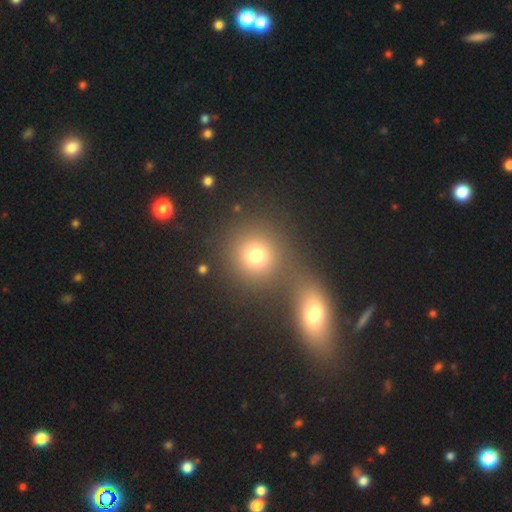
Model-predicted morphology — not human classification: smooth-or-featured: smooth: 74% | star or artifact: 16% | featured or disk: 10%
  how-rounded: round: 88% | in between: 11% | cigar-shaped: 1%
  merging: none: 56% | merger: 33% | minor disturbance: 7% | major disturbance: 4%